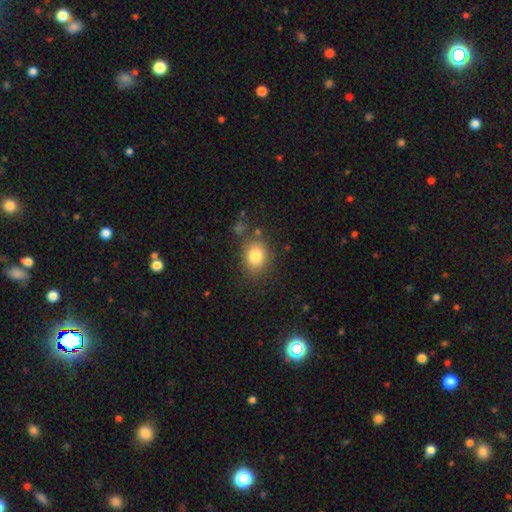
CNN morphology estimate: Smooth or featured?
  - smooth: 81% *
  - star or artifact: 10%
  - featured or disk: 9%
How rounded?
  - round: 55% *
  - in between: 44%
  - cigar-shaped: 1%
Merging?
  - none: 78% *
  - minor disturbance: 13%
  - major disturbance: 5%
  - merger: 4%